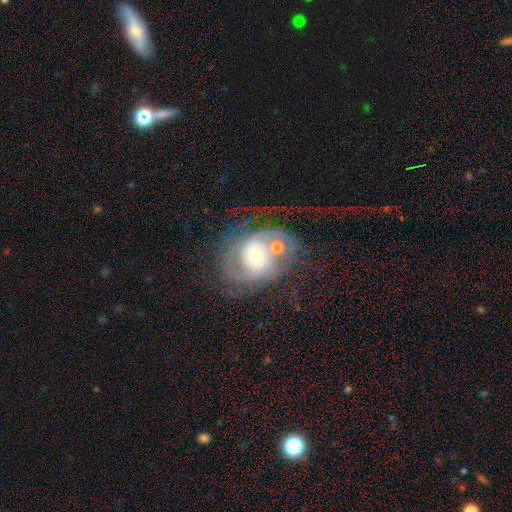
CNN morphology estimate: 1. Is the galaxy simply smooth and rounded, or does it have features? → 81% featured or disk, 11% smooth, 9% star or artifact.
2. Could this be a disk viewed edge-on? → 97% no, 3% yes.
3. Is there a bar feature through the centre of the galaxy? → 45% weak, 36% no, 19% strong.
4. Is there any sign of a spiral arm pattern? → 92% yes, 8% no.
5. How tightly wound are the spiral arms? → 50% tight, 36% medium, 14% loose.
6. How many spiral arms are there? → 49% 2, 25% can't tell, 11% 3, 7% 1, 4% 4, 4% more than 4.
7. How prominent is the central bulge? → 49% moderate, 40% small, 7% large, 2% none, 2% dominant.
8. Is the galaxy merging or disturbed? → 45% none, 22% major disturbance, 17% merger, 16% minor disturbance.